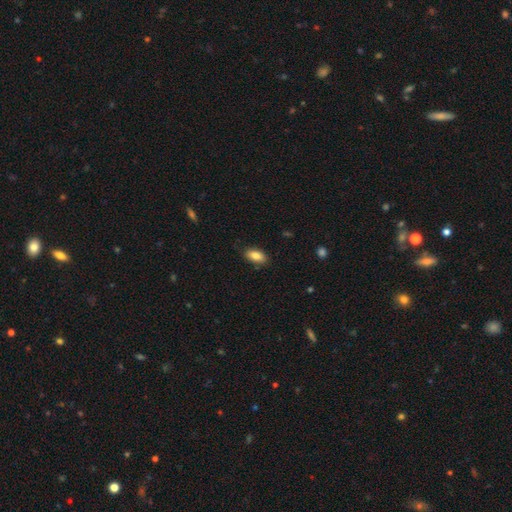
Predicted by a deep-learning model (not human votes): Smooth or featured? Predicted: smooth (p=0.84). How rounded? Predicted: in between (p=0.90). Merging? Predicted: none (p=0.85).